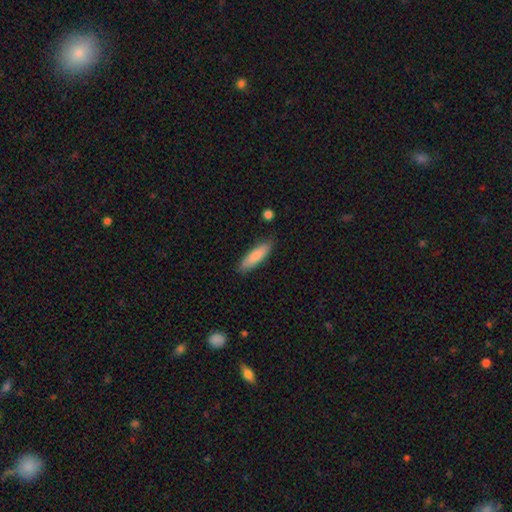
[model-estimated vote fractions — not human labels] A smooth galaxy with no disk features (83%) that is cigar-shaped (61%). Merging: none (85%).